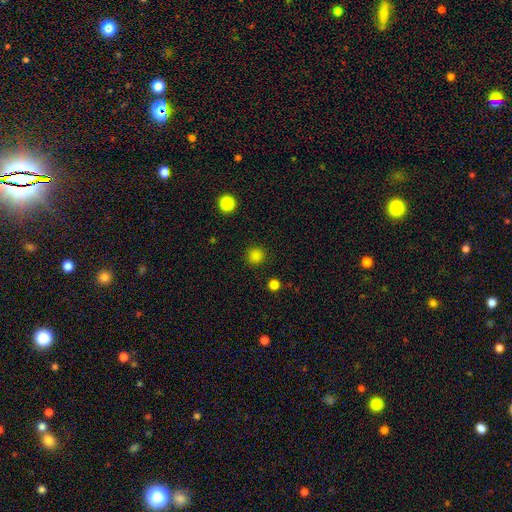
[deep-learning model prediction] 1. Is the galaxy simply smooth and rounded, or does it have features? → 84% smooth, 14% star or artifact, 3% featured or disk.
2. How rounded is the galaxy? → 94% round, 5% in between, 1% cigar-shaped.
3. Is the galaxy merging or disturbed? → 90% none, 6% minor disturbance, 2% major disturbance, 2% merger.